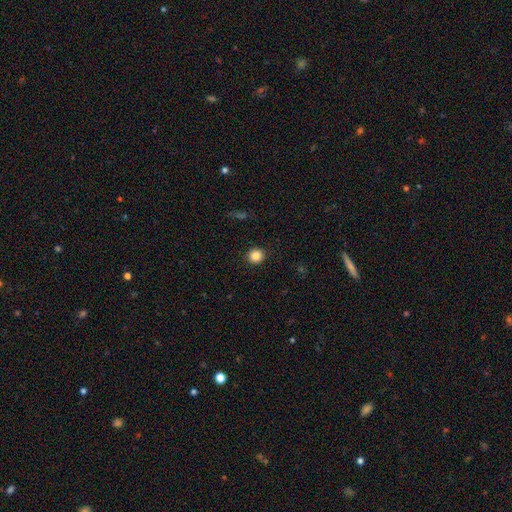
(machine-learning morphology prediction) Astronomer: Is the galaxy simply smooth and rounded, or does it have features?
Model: smooth — 85%.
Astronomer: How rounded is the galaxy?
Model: round — 92%.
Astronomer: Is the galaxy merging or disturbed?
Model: none — 92%.